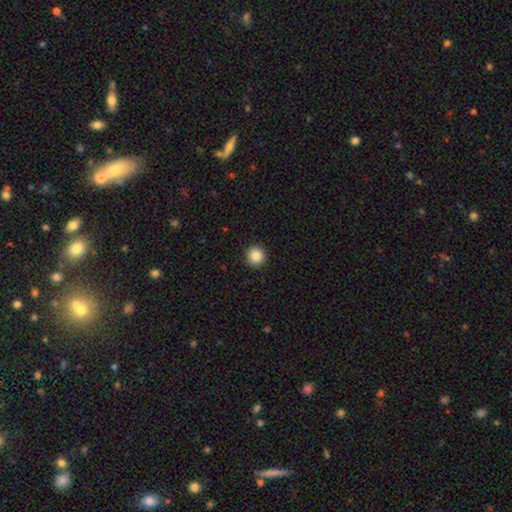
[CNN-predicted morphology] Overall: smooth (87%). How rounded: round (96%). Merging: none (93%).